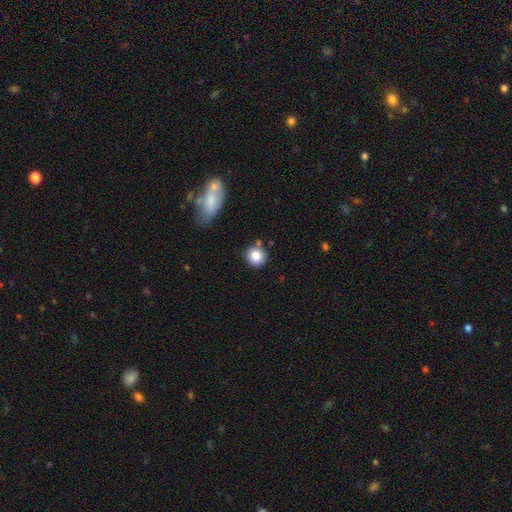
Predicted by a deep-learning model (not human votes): The model was most divided on "merging": none: 79%, minor disturbance: 11%, merger: 7%, major disturbance: 3%. More confident: how rounded — round (90%); smooth or featured — smooth (83%).